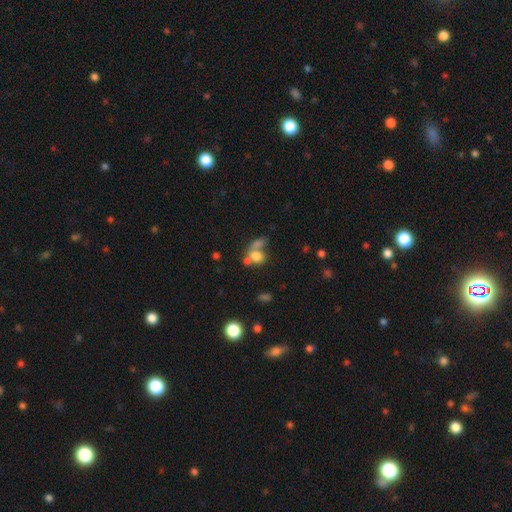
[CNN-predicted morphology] smooth 73%, featured or disk 14%, star or artifact 13%. Down the decision tree: how rounded — in between (50%); merging — merger (49%).